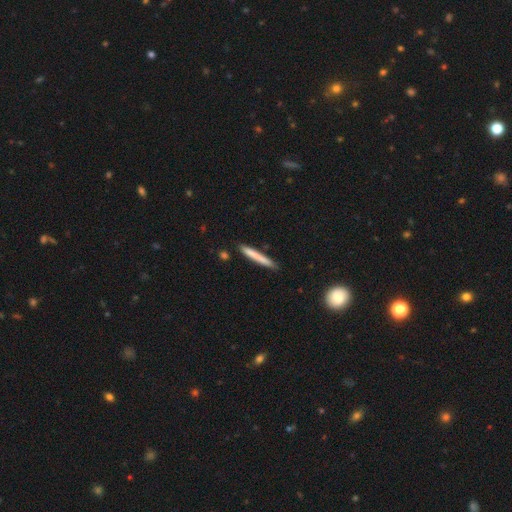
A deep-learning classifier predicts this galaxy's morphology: smooth 75%, featured or disk 19%, star or artifact 6%. Down the decision tree: how rounded — cigar-shaped (96%); merging — none (86%).